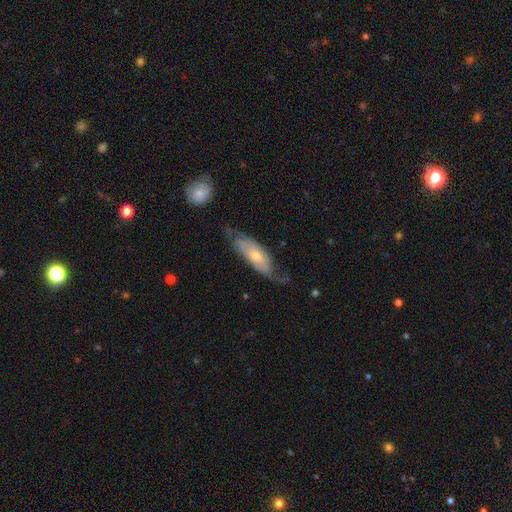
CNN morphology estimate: This appears to be a featured or disk galaxy (62%). Merging: none (53%).